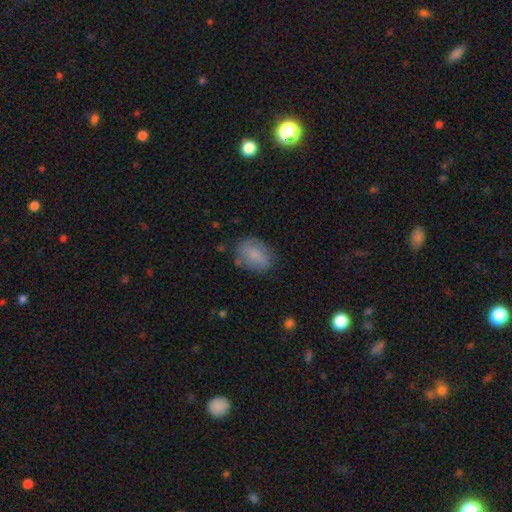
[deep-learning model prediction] Morphology: type=smooth (74%); roundness=in between (76%); merging=none (69%).